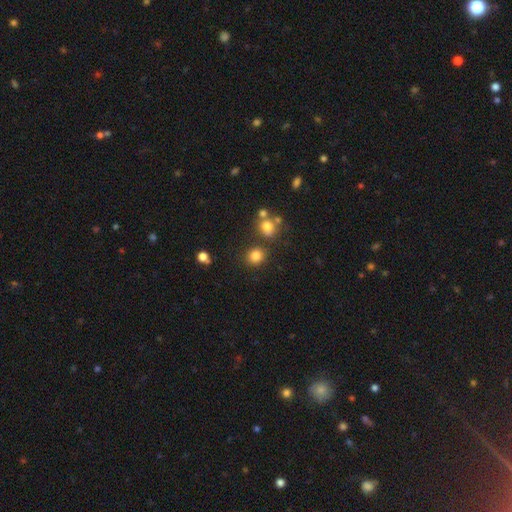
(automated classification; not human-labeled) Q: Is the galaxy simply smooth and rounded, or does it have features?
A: smooth — 81%.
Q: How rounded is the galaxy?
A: round — 85%.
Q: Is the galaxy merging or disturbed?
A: none — 79%.